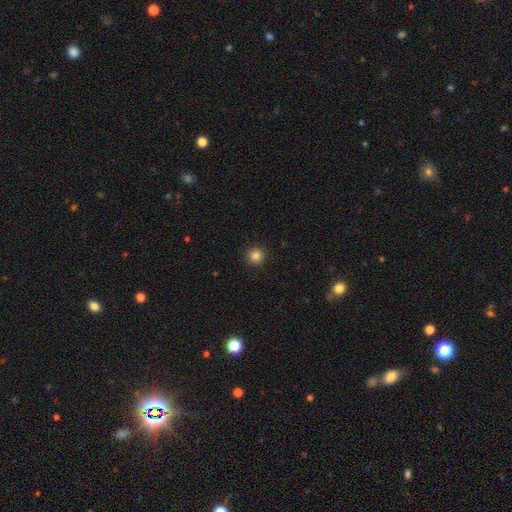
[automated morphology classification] Smooth or featured: smooth — 84% (star or artifact — 12%)
How rounded: round — 95% (in between — 4%)
Merging: none — 92% (minor disturbance — 5%)